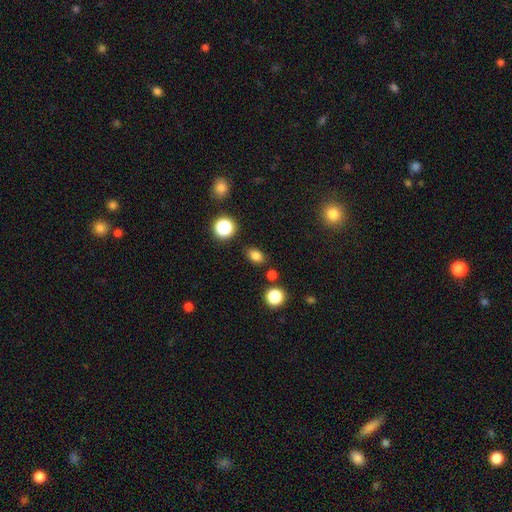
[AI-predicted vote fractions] Smooth or featured? Predicted: smooth (p=0.80). How rounded? Predicted: in between (p=0.72). Merging? Predicted: none (p=0.83).